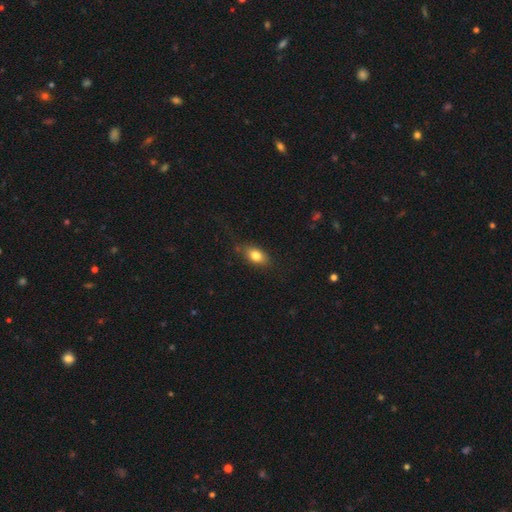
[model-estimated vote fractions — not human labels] Overall: smooth (79%). How rounded: in between (84%). Merging: none (74%).